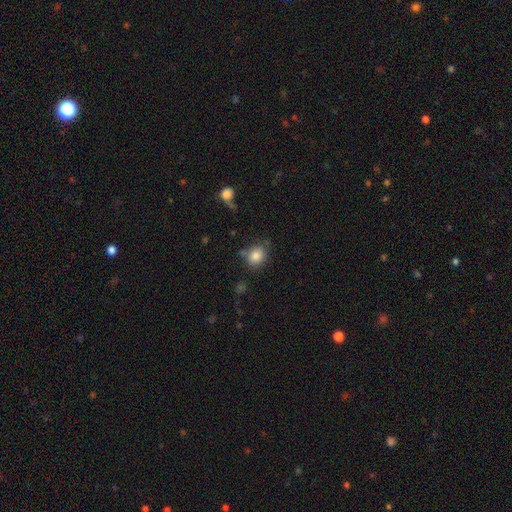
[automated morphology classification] A smooth galaxy with no disk features (84%) that is round (68%).

Vote fractions:
- Smooth or featured? smooth: 84% / star or artifact: 10% / featured or disk: 6%
- How rounded? round: 68% / in between: 31% / cigar-shaped: 1%
- Merging? none: 74% / minor disturbance: 15% / merger: 6% / major disturbance: 5%